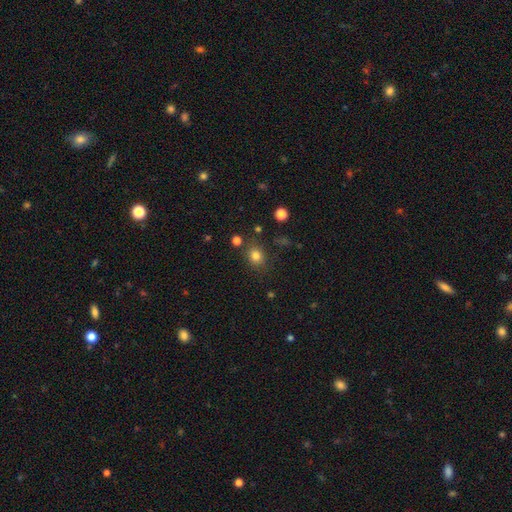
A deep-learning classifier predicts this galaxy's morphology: type=smooth (80%); roundness=round (61%); merging=none (79%).